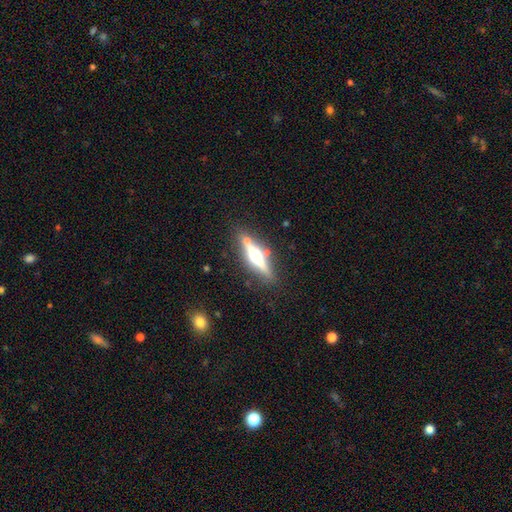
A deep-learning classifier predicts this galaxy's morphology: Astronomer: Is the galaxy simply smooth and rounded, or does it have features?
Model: featured or disk — 73%.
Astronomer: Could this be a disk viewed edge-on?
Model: yes — 96%.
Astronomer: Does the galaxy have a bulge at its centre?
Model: rounded — 90%.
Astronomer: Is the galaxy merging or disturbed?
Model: none — 82%.